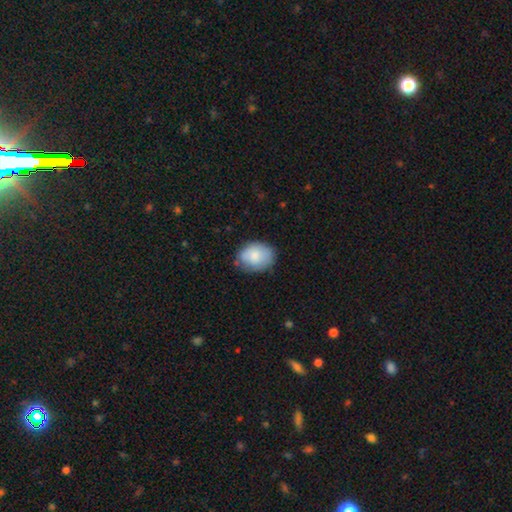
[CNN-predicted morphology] Smooth or featured? smooth (82%)
How rounded? in between (63%)
Merging? none (71%)